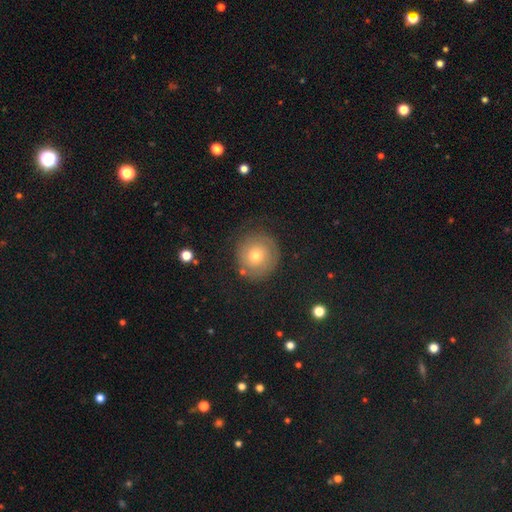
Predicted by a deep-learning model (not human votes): This is possibly a smooth galaxy (51%). How rounded: clearly round (92%). Merging: likely none (77%).